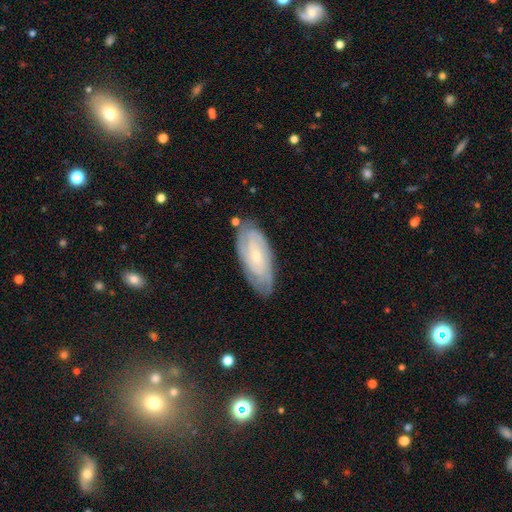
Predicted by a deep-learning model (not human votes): Smooth or featured? Predicted: featured or disk (p=0.70). Edge-on disk? Predicted: no (p=0.90). Bar? Predicted: no (p=0.68). Spiral arms? Predicted: yes (p=0.90). Spiral winding? Predicted: tight (p=0.73). Spiral arm count? Predicted: can't tell (p=0.51). Bulge size? Predicted: small (p=0.73). Merging? Predicted: none (p=0.76).